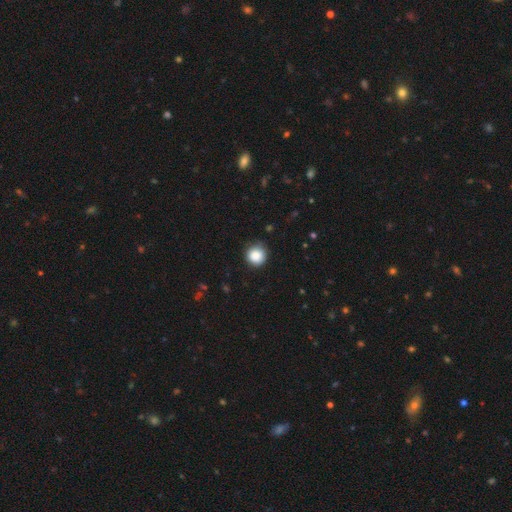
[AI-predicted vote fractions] This is clearly a smooth galaxy (87%). How rounded: clearly round (94%). Merging: clearly none (81%).